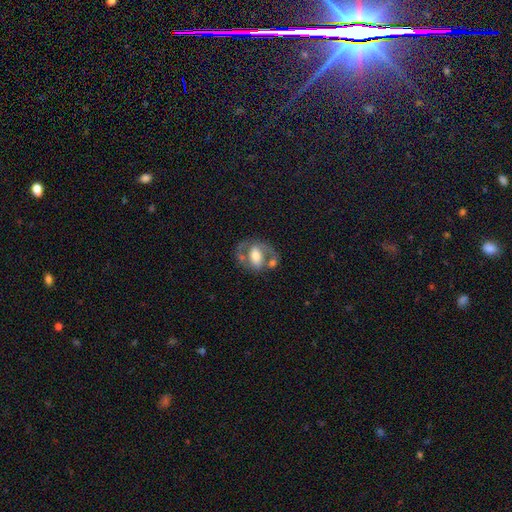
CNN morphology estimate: featured or disk 63%, smooth 31%, star or artifact 7%. Down the decision tree: edge-on disk — no (95%); bar — no (36%); spiral arms — yes (62%); bulge size — moderate (56%); merging — none (50%).